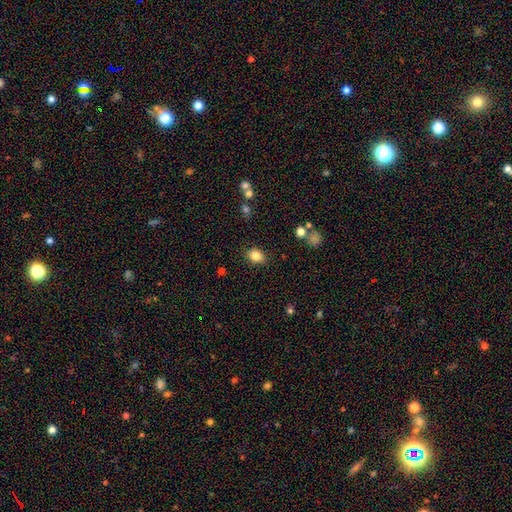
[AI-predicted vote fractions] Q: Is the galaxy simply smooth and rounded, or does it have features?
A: smooth — 84%.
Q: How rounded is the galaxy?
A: in between — 67%.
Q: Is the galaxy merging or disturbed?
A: none — 86%.